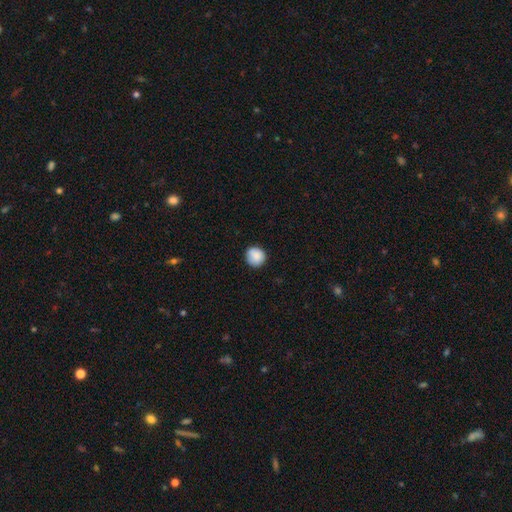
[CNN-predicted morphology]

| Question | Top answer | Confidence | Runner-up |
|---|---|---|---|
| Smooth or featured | smooth | 87% | star or artifact (8%) |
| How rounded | round | 91% | in between (8%) |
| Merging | none | 85% | minor disturbance (12%) |